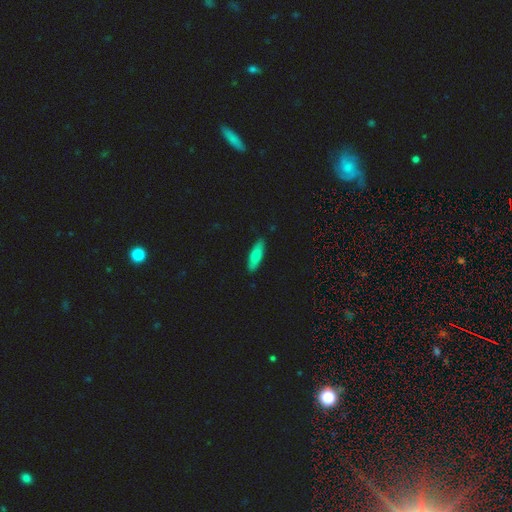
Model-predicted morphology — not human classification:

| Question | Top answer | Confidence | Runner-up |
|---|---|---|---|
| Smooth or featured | smooth | 73% | featured or disk (21%) |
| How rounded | cigar-shaped | 51% | in between (47%) |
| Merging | none | 88% | minor disturbance (9%) |